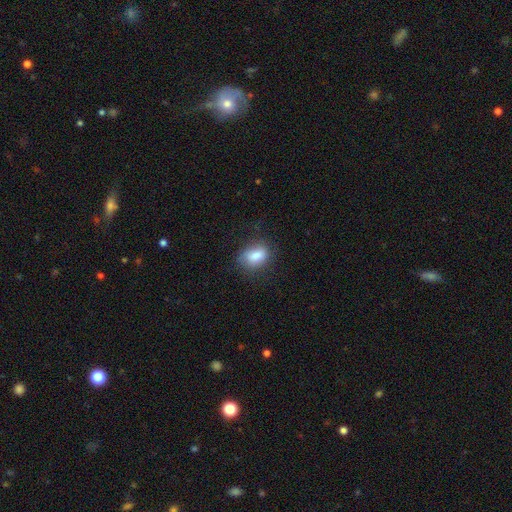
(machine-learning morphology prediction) Smooth or featured? Predicted: smooth (p=0.81). How rounded? Predicted: in between (p=0.80). Merging? Predicted: none (p=0.70).